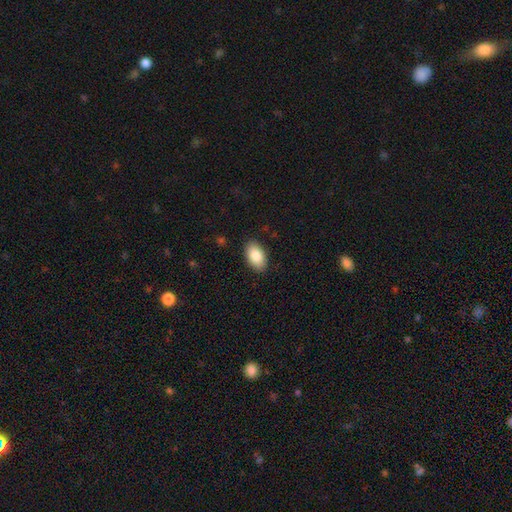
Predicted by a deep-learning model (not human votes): Q: Smooth or featured?
A: smooth (85%); runner-up: featured or disk (8%)
Q: How rounded?
A: in between (94%); runner-up: round (4%)
Q: Merging?
A: none (88%); runner-up: minor disturbance (9%)